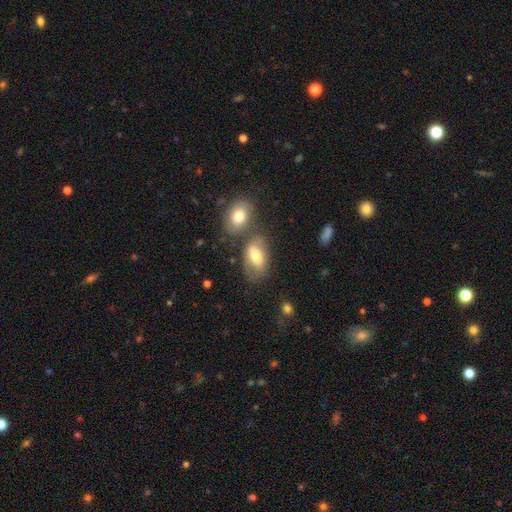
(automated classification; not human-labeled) Overall: smooth (62%; featured or disk 29%). How rounded: in between (89%). Merging: none (47%; merger 26%).